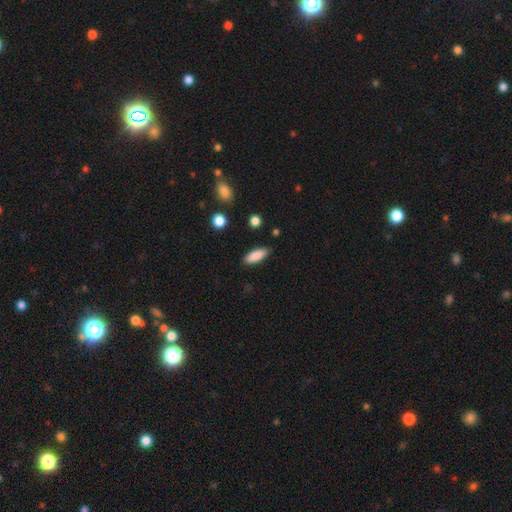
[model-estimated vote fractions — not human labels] The model was most divided on "how rounded": in between: 63%, cigar-shaped: 35%, round: 2%. More confident: smooth or featured — smooth (86%); merging — none (84%).